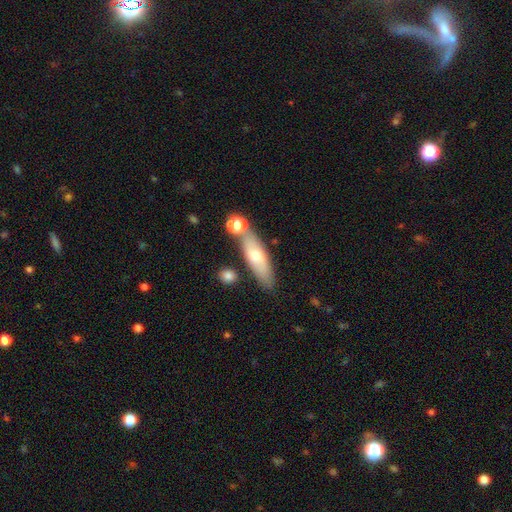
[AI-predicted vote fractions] Smooth or featured?
  - smooth: 60% *
  - featured or disk: 34%
  - star or artifact: 7%
How rounded?
  - cigar-shaped: 58% *
  - in between: 39%
  - round: 3%
Merging?
  - none: 71% *
  - minor disturbance: 13%
  - merger: 12%
  - major disturbance: 4%